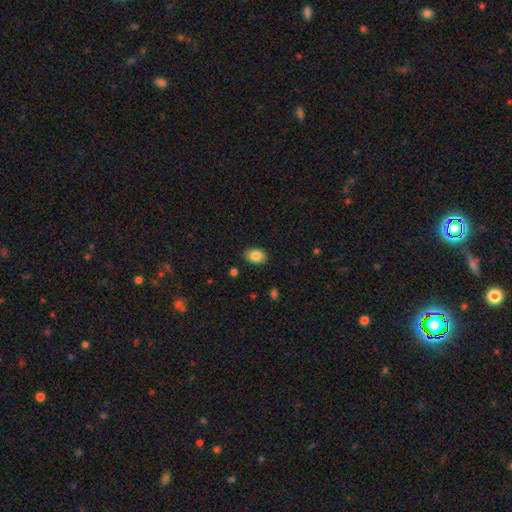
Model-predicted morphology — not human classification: type=smooth (86%); roundness=in between (80%); merging=none (87%).